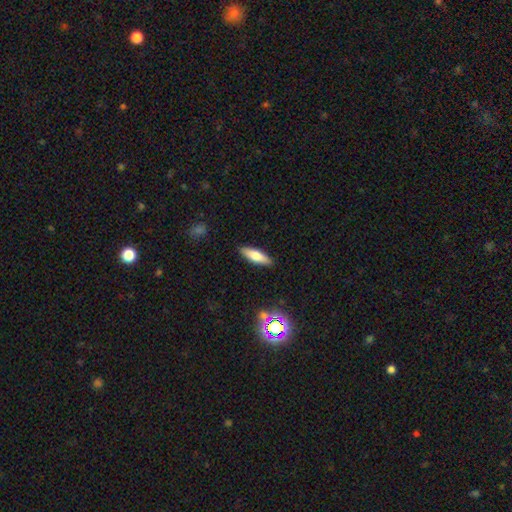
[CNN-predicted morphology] This appears to be a smooth galaxy with no disk features (72%) that is cigar-shaped (53%). Merging: none (88%).